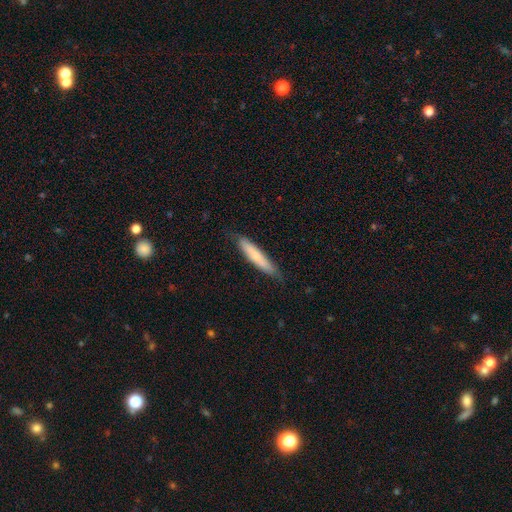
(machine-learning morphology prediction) The model was most divided on "smooth or featured": smooth: 61%, featured or disk: 34%, star or artifact: 6%. More confident: how rounded — cigar-shaped (86%); merging — none (79%).